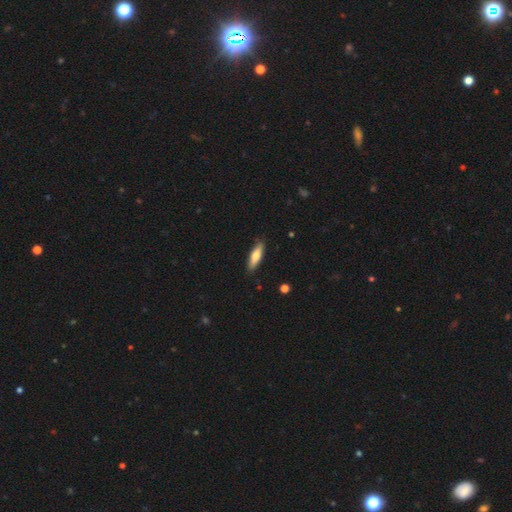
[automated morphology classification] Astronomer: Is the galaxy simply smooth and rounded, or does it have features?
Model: smooth — 68%.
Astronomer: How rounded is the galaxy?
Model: cigar-shaped — 58% (runner-up: in between, 40%).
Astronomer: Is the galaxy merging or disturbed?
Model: none — 88%.